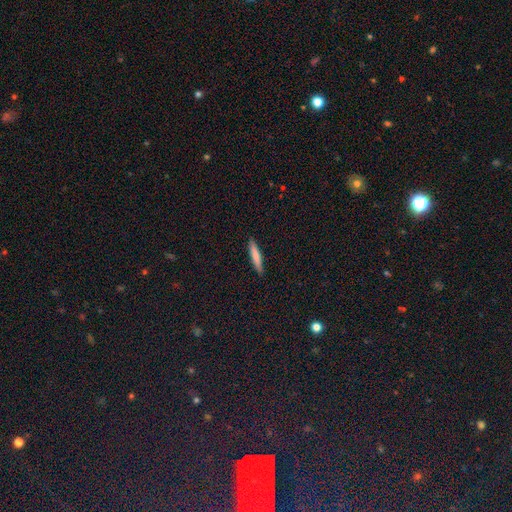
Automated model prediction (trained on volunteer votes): Smooth or featured: smooth — 77% (featured or disk — 17%)
How rounded: cigar-shaped — 91% (in between — 7%)
Merging: none — 91% (minor disturbance — 7%)